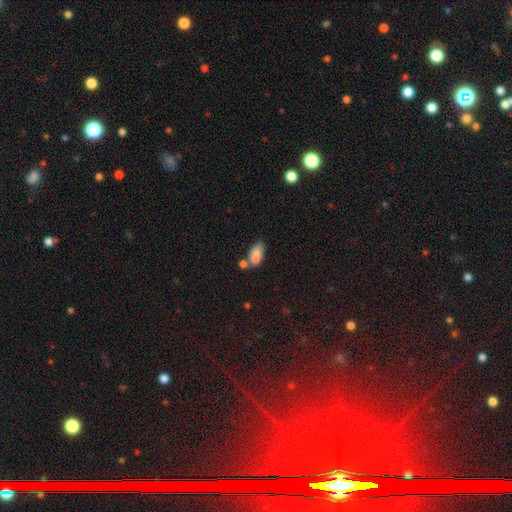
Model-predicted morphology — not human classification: This is likely a smooth galaxy (79%). How rounded: clearly in between (87%). Merging: marginally none (38%).